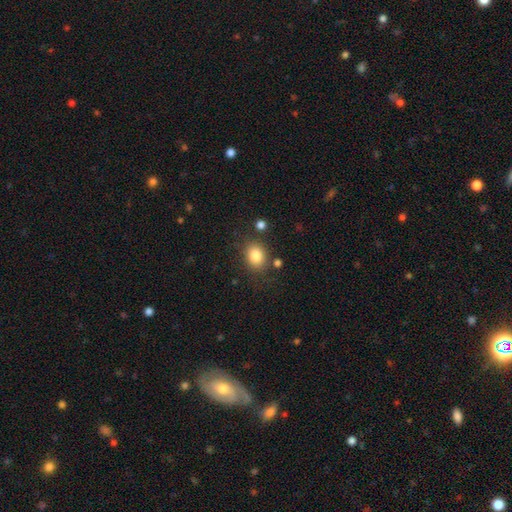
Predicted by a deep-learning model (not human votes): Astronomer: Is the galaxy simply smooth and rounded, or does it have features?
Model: smooth — 83%.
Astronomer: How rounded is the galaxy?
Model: round — 54% (runner-up: in between, 45%).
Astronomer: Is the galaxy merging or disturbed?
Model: none — 78%.